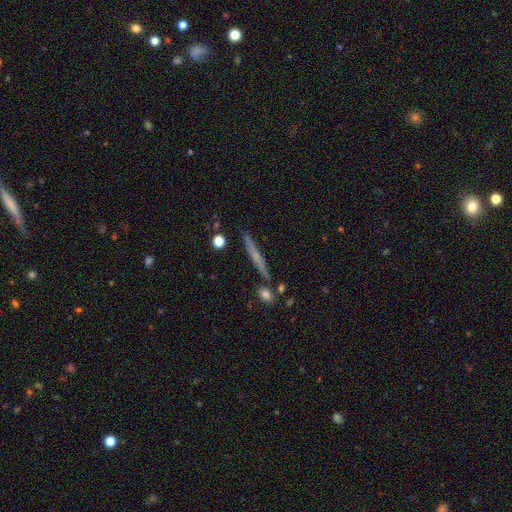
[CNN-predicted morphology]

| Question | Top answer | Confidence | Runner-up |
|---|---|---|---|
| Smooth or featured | featured or disk | 55% | smooth (37%) |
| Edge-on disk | yes | 95% | no (5%) |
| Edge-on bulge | none | 55% | rounded (39%) |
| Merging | none | 83% | minor disturbance (10%) |